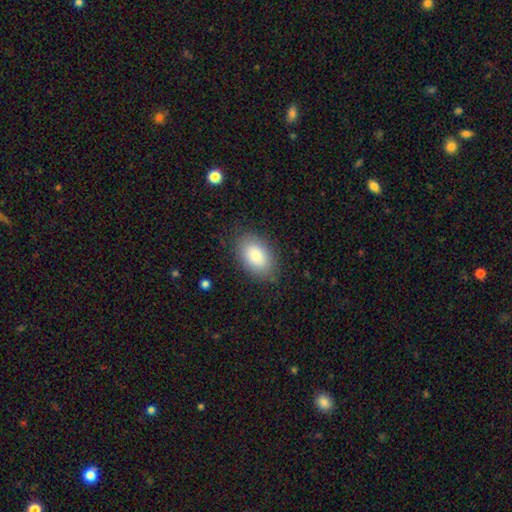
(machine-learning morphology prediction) The model was most divided on "merging": none: 82%, minor disturbance: 13%, major disturbance: 4%, merger: 1%. More confident: how rounded — in between (91%); smooth or featured — smooth (85%).